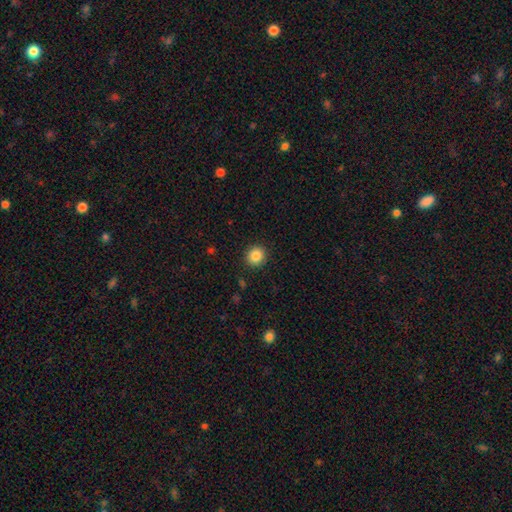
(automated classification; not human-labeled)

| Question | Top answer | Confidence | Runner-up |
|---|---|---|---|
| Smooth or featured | smooth | 86% | star or artifact (10%) |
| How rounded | round | 89% | in between (10%) |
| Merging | none | 91% | minor disturbance (6%) |